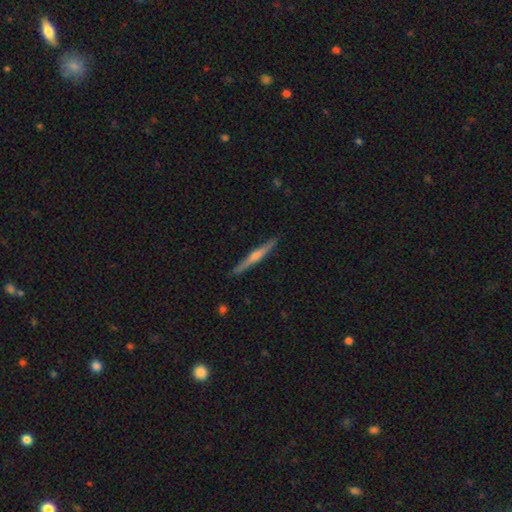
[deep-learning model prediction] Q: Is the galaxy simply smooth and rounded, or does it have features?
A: featured or disk — 69%.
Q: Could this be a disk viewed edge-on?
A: yes — 98%.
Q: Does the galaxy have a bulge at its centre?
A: rounded — 78%.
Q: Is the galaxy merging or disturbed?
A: none — 91%.